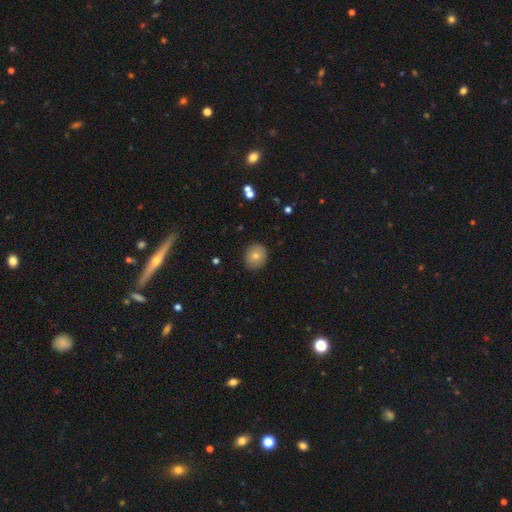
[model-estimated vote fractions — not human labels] Overall: smooth (76%). How rounded: round (81%). Merging: none (88%).